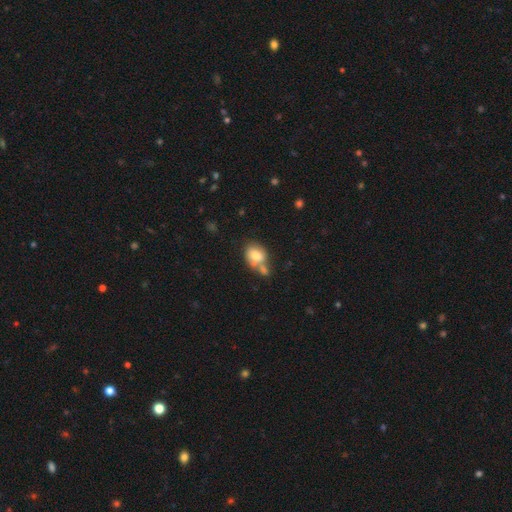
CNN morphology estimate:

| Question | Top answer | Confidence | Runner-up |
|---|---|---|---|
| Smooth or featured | smooth | 75% | featured or disk (16%) |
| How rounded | in between | 61% | round (37%) |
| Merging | merger | 41% | none (36%) |